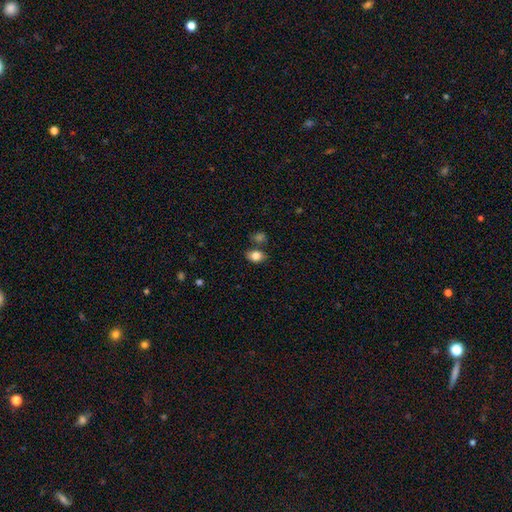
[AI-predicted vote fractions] This is clearly a smooth galaxy (83%). How rounded: likely in between (75%). Merging: likely none (71%).